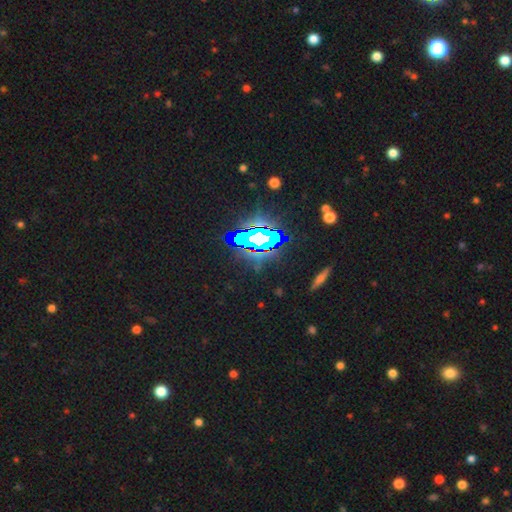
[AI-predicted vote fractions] The model was most divided on "smooth or featured": star or artifact: 71%, smooth: 18%, featured or disk: 11%.